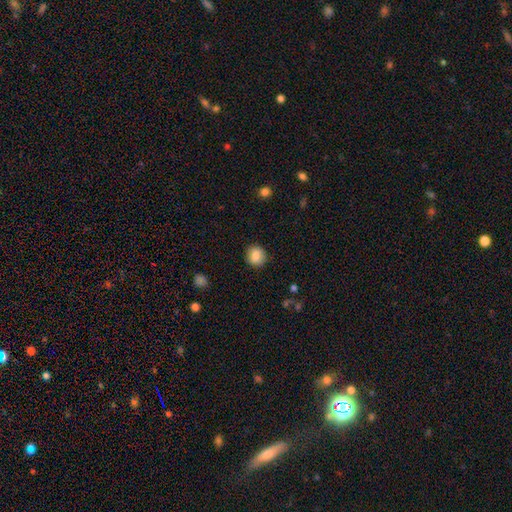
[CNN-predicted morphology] Smooth or featured? smooth (86%)
How rounded? round (85%)
Merging? none (88%)